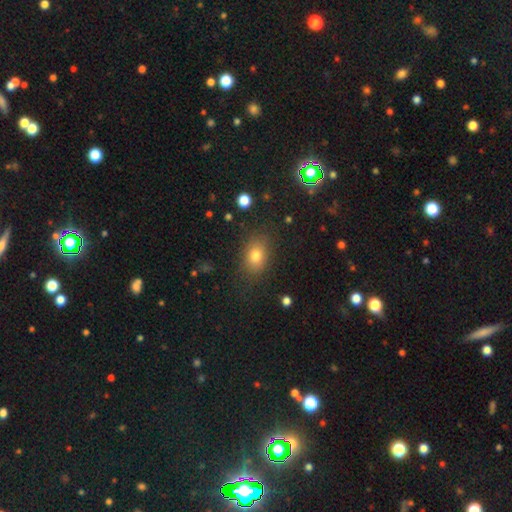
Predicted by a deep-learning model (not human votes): smooth-or-featured: smooth: 78% | star or artifact: 12% | featured or disk: 10%
  how-rounded: in between: 73% | round: 26% | cigar-shaped: 2%
  merging: none: 82% | minor disturbance: 12% | major disturbance: 5% | merger: 1%